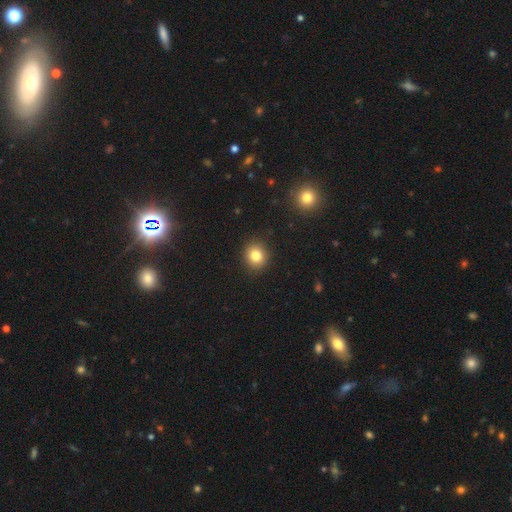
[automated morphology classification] The model was most divided on "how rounded": round: 83%, in between: 16%, cigar-shaped: 1%. More confident: merging — none (91%); smooth or featured — smooth (81%).